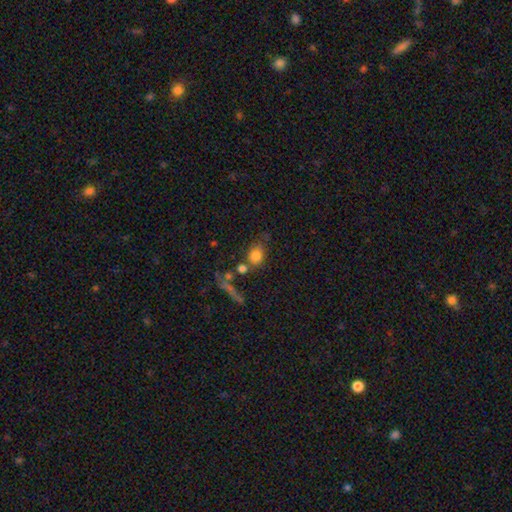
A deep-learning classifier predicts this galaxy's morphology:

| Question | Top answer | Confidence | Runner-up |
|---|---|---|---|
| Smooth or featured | smooth | 79% | star or artifact (10%) |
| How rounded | in between | 51% | round (45%) |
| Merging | none | 58% | merger (18%) |